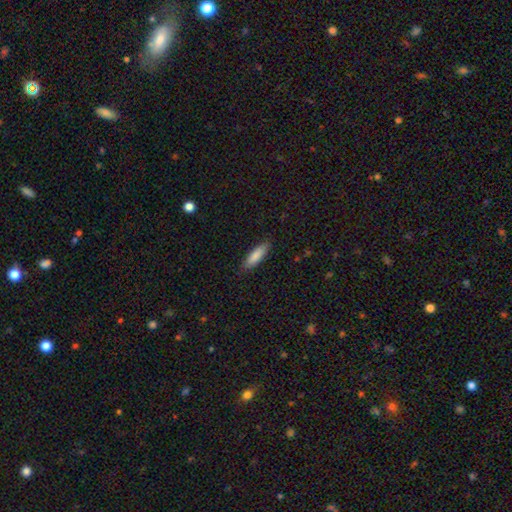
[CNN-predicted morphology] Smooth or featured?
  - smooth: 85% *
  - featured or disk: 10%
  - star or artifact: 6%
How rounded?
  - cigar-shaped: 60% *
  - in between: 39%
  - round: 1%
Merging?
  - none: 87% *
  - minor disturbance: 10%
  - major disturbance: 2%
  - merger: 1%